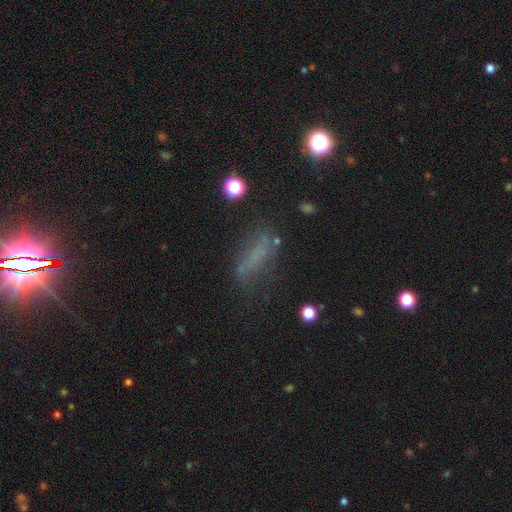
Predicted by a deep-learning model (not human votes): Smooth or featured?
  - smooth: 49% *
  - featured or disk: 28%
  - star or artifact: 23%
Merging?
  - none: 56% *
  - minor disturbance: 22%
  - major disturbance: 17%
  - merger: 5%